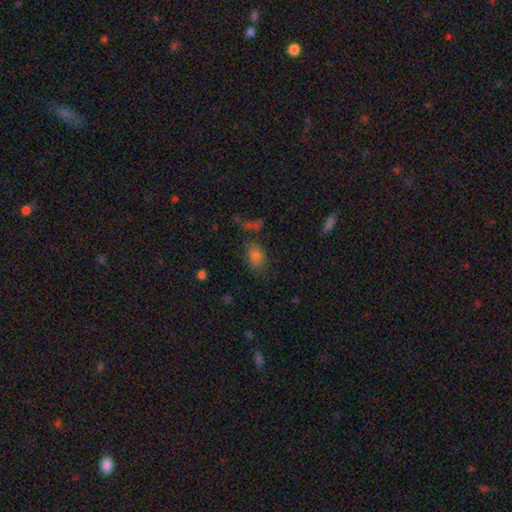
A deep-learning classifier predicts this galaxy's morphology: Q: Smooth or featured?
A: smooth (70%); runner-up: star or artifact (18%)
Q: How rounded?
A: in between (77%); runner-up: round (21%)
Q: Merging?
A: none (63%); runner-up: minor disturbance (19%)